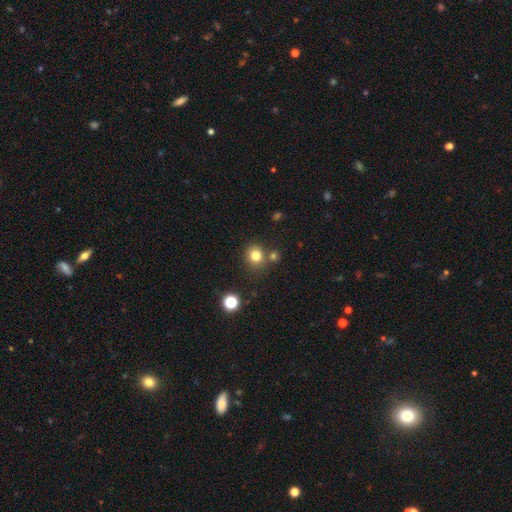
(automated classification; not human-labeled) This appears to be a smooth galaxy with no disk features (79%) that is round (84%). Merging: none (74%).